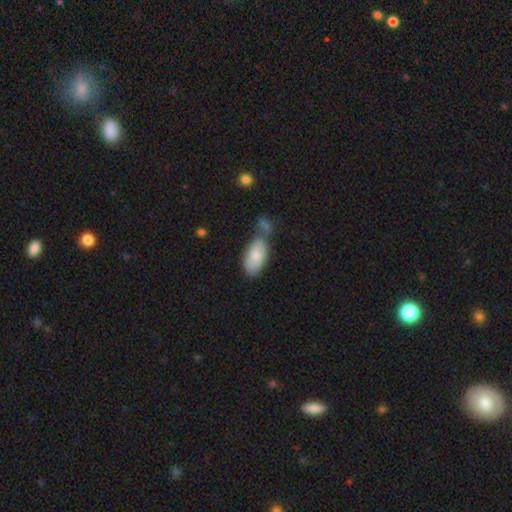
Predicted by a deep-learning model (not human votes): Q: Smooth or featured?
A: smooth (78%); runner-up: featured or disk (16%)
Q: How rounded?
A: in between (93%); runner-up: cigar-shaped (4%)
Q: Merging?
A: none (48%); runner-up: merger (27%)